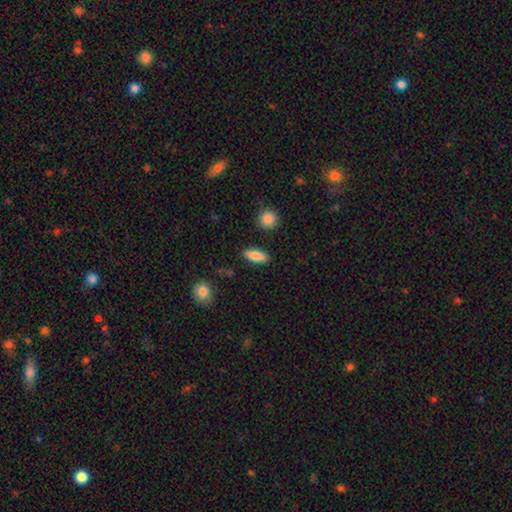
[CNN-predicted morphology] smooth-or-featured: smooth: 86% | featured or disk: 8% | star or artifact: 7%
  how-rounded: in between: 74% | cigar-shaped: 23% | round: 3%
  merging: none: 88% | minor disturbance: 8% | major disturbance: 2% | merger: 2%